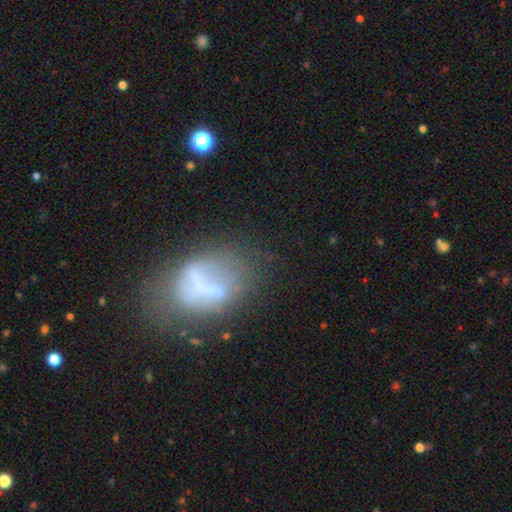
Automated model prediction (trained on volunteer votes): This is possibly a featured or disk galaxy (45%). Merging: possibly none (49%).